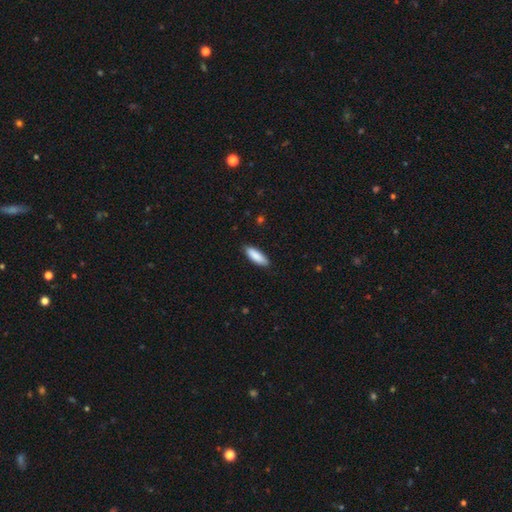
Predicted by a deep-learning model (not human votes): This appears to be a smooth galaxy with no disk features (88%) that is in between round and cigar-shaped (56%). Merging: none (87%).